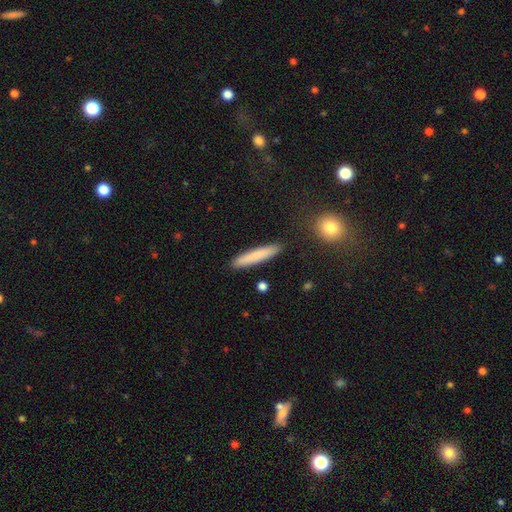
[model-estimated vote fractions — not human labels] smooth-or-featured: smooth: 79% | featured or disk: 15% | star or artifact: 6%
  how-rounded: cigar-shaped: 92% | in between: 7% | round: 1%
  merging: none: 90% | minor disturbance: 7% | merger: 2% | major disturbance: 2%